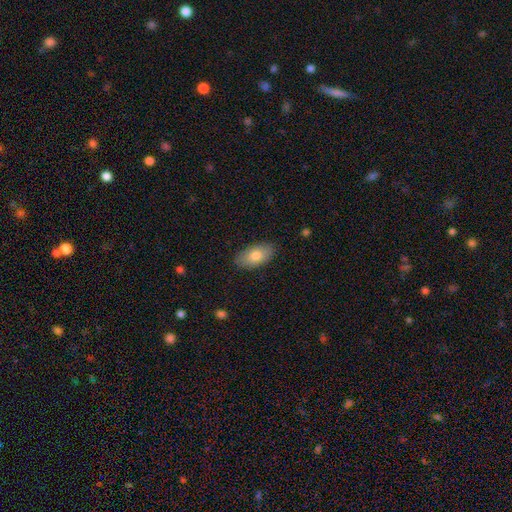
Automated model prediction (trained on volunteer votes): Morphology: type=smooth (77%); roundness=in between (93%); merging=none (86%).